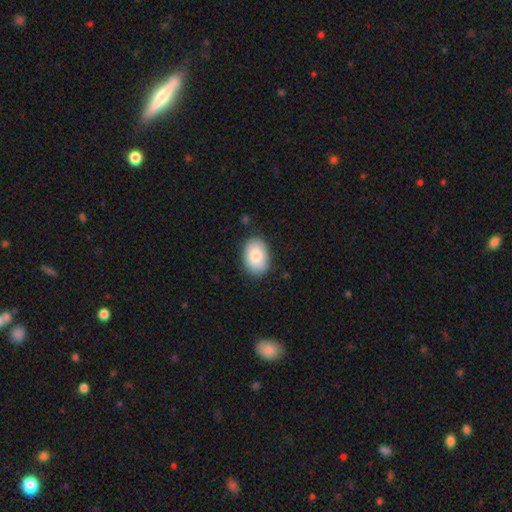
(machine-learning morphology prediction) The model was most divided on "how rounded": in between: 85%, round: 14%, cigar-shaped: 1%. More confident: merging — none (84%); smooth or featured — smooth (83%).